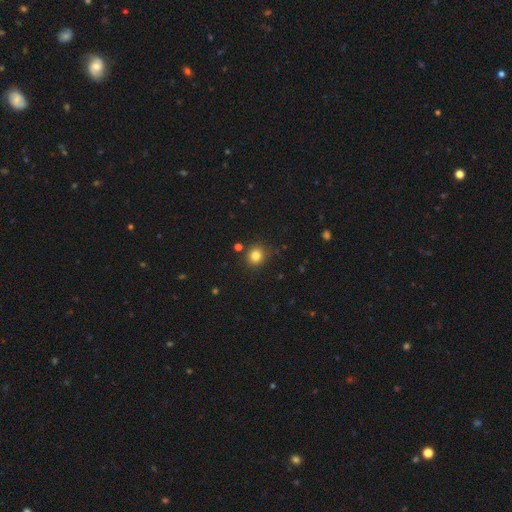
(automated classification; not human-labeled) Morphology: type=smooth (82%); roundness=round (88%); merging=none (84%).